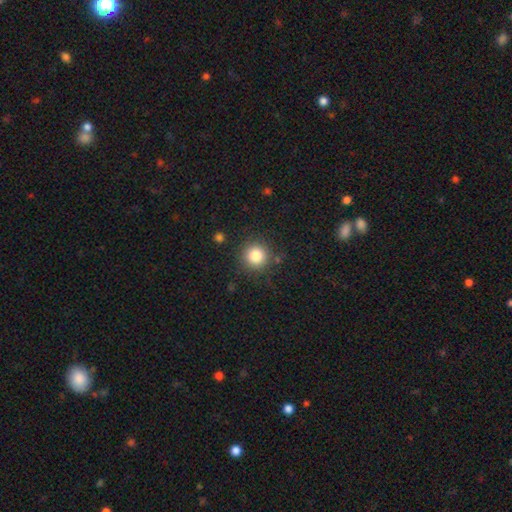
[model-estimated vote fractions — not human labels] smooth-or-featured: smooth: 82% | star or artifact: 12% | featured or disk: 6%
  how-rounded: round: 94% | in between: 5% | cigar-shaped: 1%
  merging: none: 87% | minor disturbance: 8% | major disturbance: 3% | merger: 2%